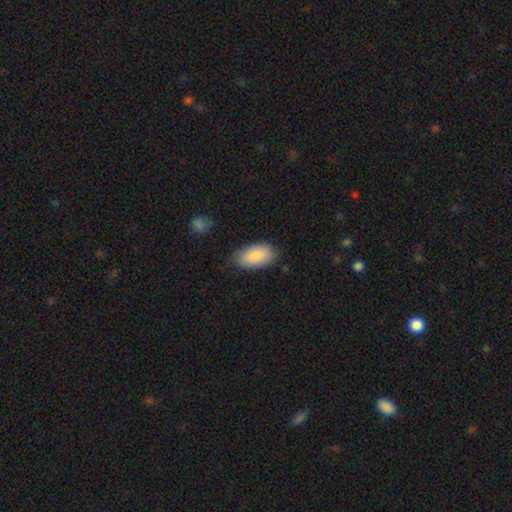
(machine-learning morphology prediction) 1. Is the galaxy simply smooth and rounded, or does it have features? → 87% smooth, 7% featured or disk, 6% star or artifact.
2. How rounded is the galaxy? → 94% in between, 3% cigar-shaped, 3% round.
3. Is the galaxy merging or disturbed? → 76% none, 18% minor disturbance, 4% major disturbance, 2% merger.